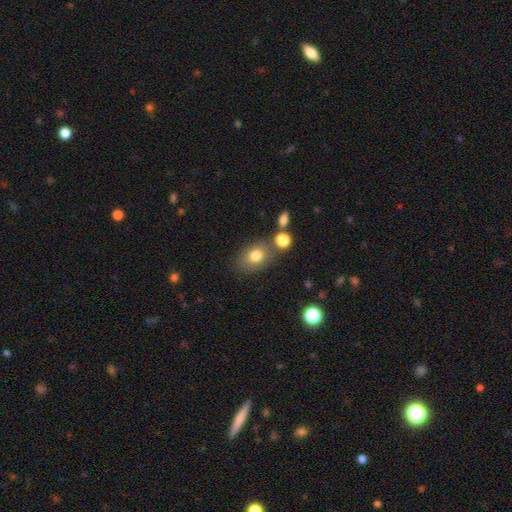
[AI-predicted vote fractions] smooth-or-featured: smooth: 78% | featured or disk: 12% | star or artifact: 10%
  how-rounded: in between: 71% | round: 28% | cigar-shaped: 1%
  merging: none: 67% | minor disturbance: 15% | merger: 12% | major disturbance: 5%